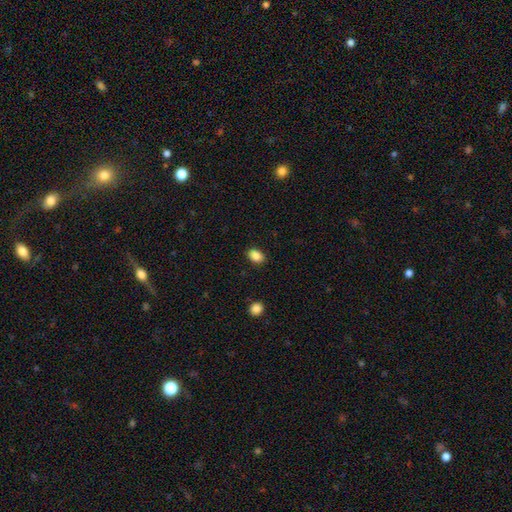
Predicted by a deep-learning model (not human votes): Smooth or featured: smooth — 86% (star or artifact — 9%)
How rounded: in between — 76% (round — 23%)
Merging: none — 88% (minor disturbance — 8%)